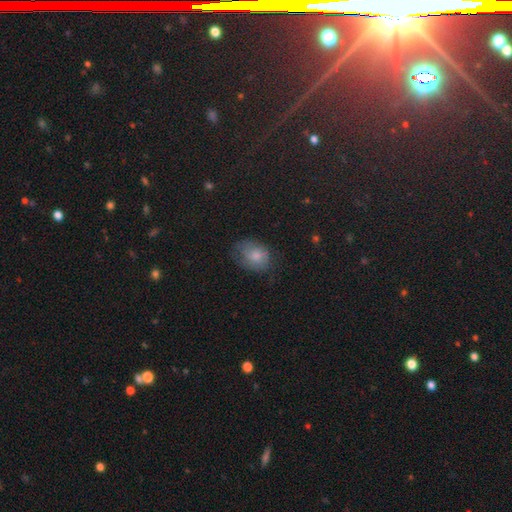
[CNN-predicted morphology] Overall: smooth (73%). How rounded: in between (69%; round 30%). Merging: none (57%; minor disturbance 29%).